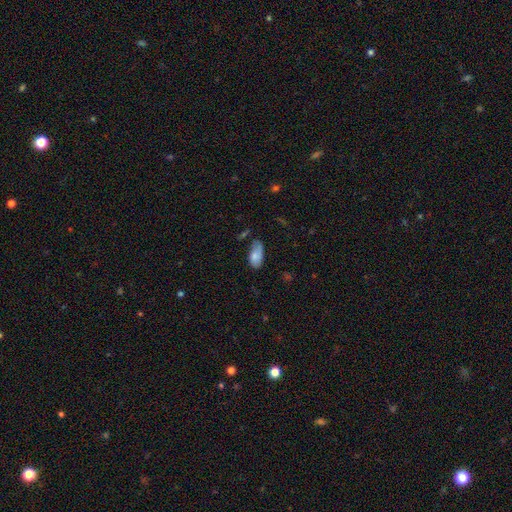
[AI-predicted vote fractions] smooth-or-featured: smooth: 75% | featured or disk: 18% | star or artifact: 7%
  how-rounded: in between: 92% | cigar-shaped: 5% | round: 3%
  merging: none: 51% | minor disturbance: 34% | major disturbance: 10% | merger: 5%